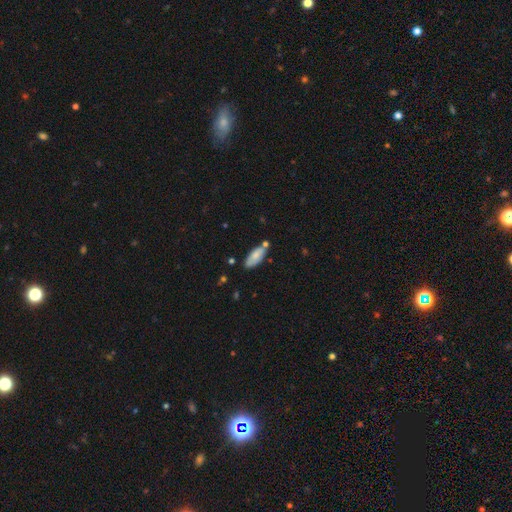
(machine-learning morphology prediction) Smooth or featured? Predicted: smooth (p=0.76). How rounded? Predicted: in between (p=0.76). Merging? Predicted: none (p=0.66).